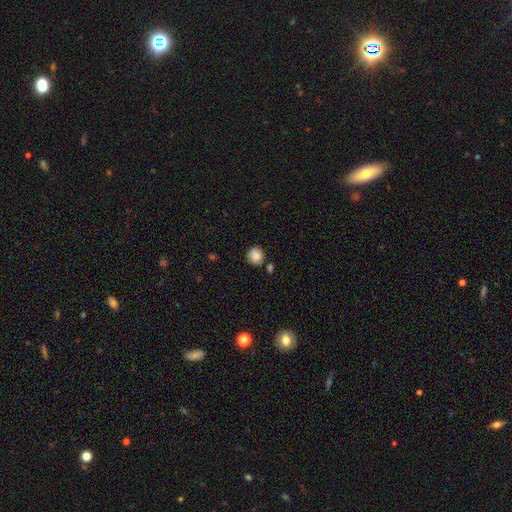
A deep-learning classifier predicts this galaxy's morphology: Q: Smooth or featured?
A: smooth (86%); runner-up: star or artifact (9%)
Q: How rounded?
A: round (87%); runner-up: in between (12%)
Q: Merging?
A: none (78%); runner-up: minor disturbance (12%)